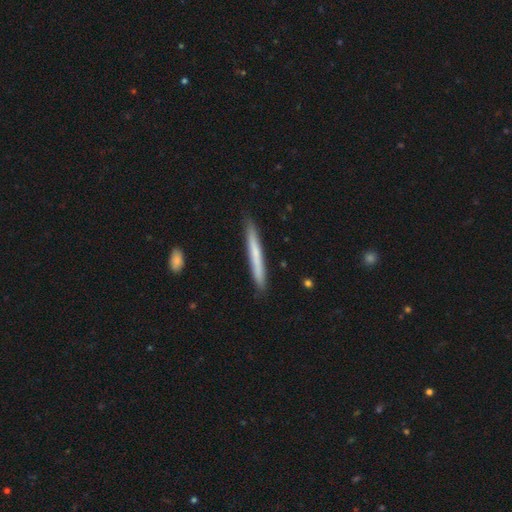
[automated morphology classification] A smooth galaxy with no disk features (59%) that is cigar-shaped (97%). Merging: none (89%).